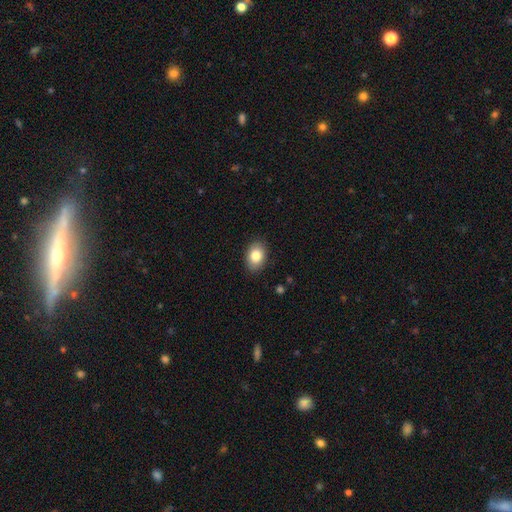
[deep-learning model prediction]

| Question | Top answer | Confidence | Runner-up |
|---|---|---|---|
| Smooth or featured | smooth | 83% | featured or disk (9%) |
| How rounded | in between | 79% | round (20%) |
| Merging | none | 88% | minor disturbance (9%) |